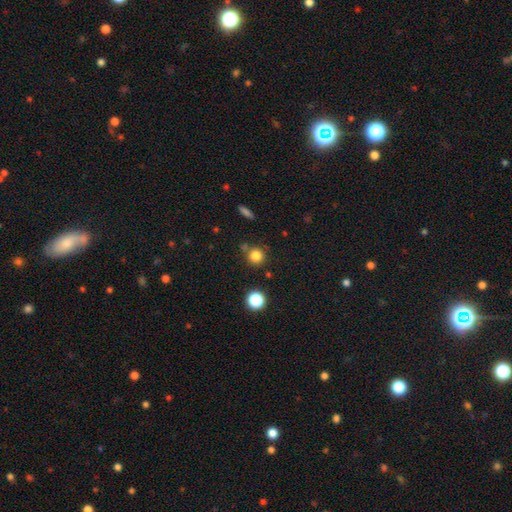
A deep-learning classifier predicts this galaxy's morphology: Smooth or featured? Predicted: smooth (p=0.81). How rounded? Predicted: round (p=0.92). Merging? Predicted: none (p=0.77).